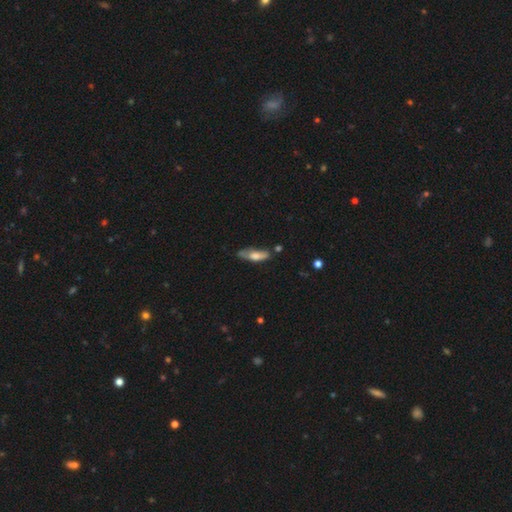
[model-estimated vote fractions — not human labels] A smooth galaxy with no disk features (59%) that is in between round and cigar-shaped (49%, tied with cigar-shaped).

Vote fractions:
- Smooth or featured? smooth: 59% / featured or disk: 34% / star or artifact: 6%
- How rounded? in between: 49% (tied) / cigar-shaped: 49% (tied) / round: 2%
- Merging? none: 56% / minor disturbance: 30% / major disturbance: 9% / merger: 5%